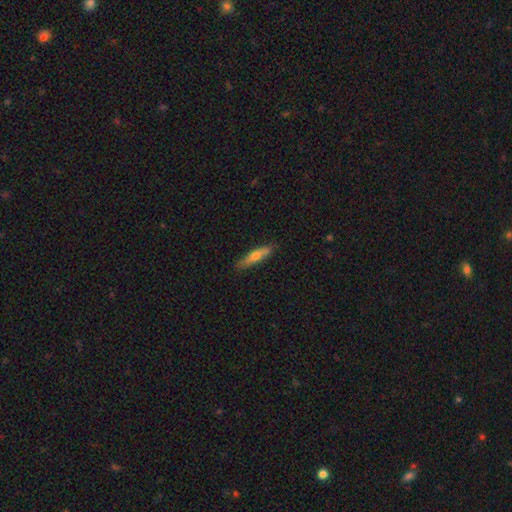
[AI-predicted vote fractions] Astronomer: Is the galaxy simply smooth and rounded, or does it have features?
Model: smooth — 59% (runner-up: featured or disk, 35%).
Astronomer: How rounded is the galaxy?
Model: cigar-shaped — 80%.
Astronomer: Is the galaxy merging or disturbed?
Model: none — 84%.